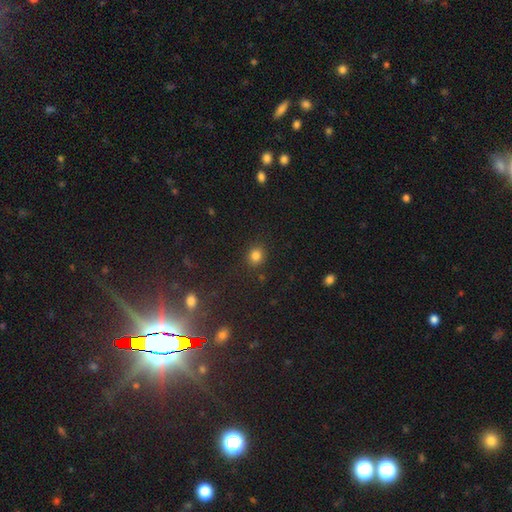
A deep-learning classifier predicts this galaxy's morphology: Q: Smooth or featured?
A: smooth (82%); runner-up: star or artifact (13%)
Q: How rounded?
A: round (74%); runner-up: in between (25%)
Q: Merging?
A: none (86%); runner-up: minor disturbance (8%)